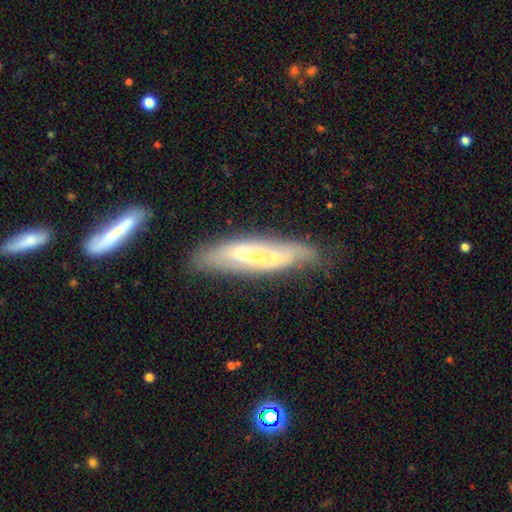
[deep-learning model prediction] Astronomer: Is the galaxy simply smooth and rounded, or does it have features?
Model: featured or disk — 57% (runner-up: smooth, 35%).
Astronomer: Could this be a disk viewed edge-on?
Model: no — 56% (runner-up: yes, 44%).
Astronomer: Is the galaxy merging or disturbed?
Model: none — 60%.